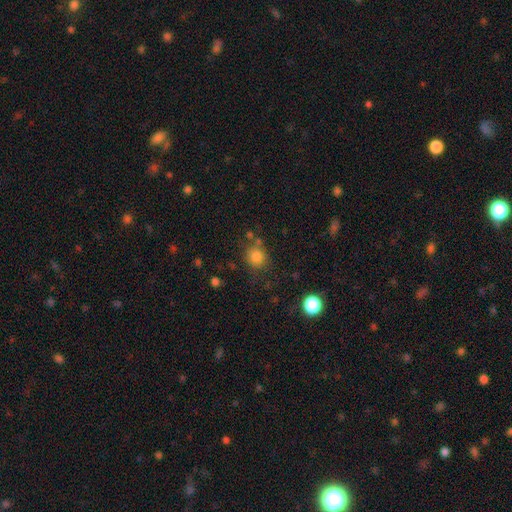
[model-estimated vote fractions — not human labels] Smooth or featured? smooth (81%)
How rounded? round (84%)
Merging? none (70%)